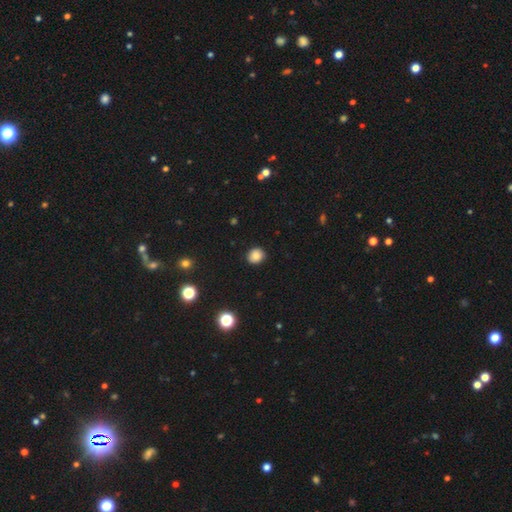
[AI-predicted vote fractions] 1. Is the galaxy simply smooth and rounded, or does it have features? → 85% smooth, 11% star or artifact, 5% featured or disk.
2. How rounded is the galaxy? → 73% round, 26% in between, 1% cigar-shaped.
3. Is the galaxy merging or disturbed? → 90% none, 7% minor disturbance, 2% major disturbance, 1% merger.